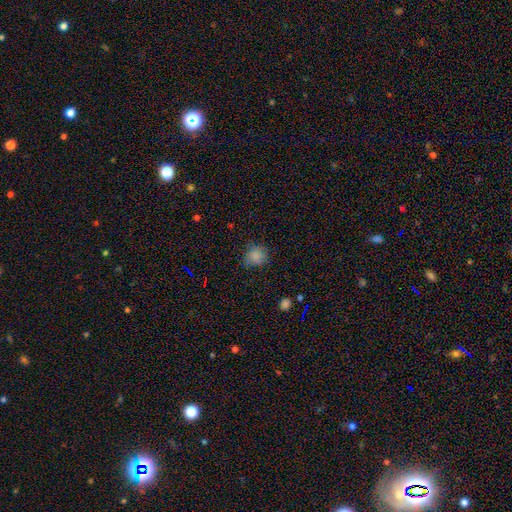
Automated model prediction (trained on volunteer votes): Morphology: type=smooth (83%); roundness=round (82%); merging=none (74%).